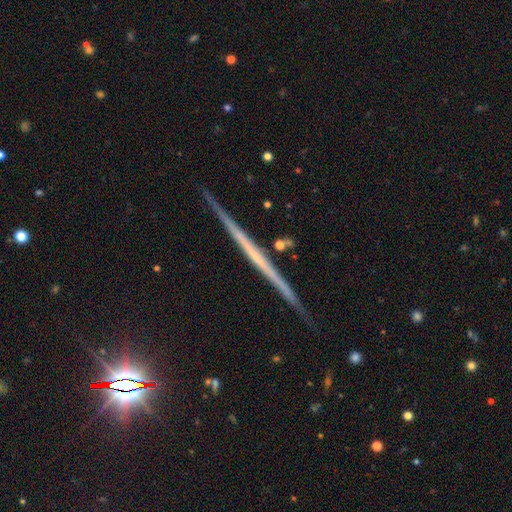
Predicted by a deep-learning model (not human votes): featured or disk 70%, smooth 19%, star or artifact 11%. Down the decision tree: edge-on disk — yes (98%); edge-on bulge — none (85%); merging — none (89%).